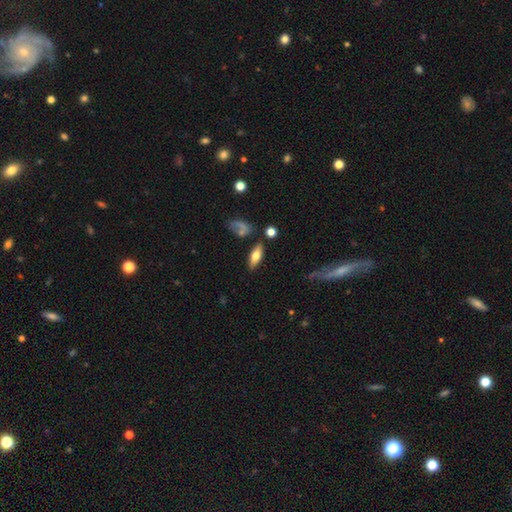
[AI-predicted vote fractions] Smooth or featured? Predicted: smooth (p=0.60). How rounded? Predicted: in between (p=0.68). Merging? Predicted: none (p=0.79).